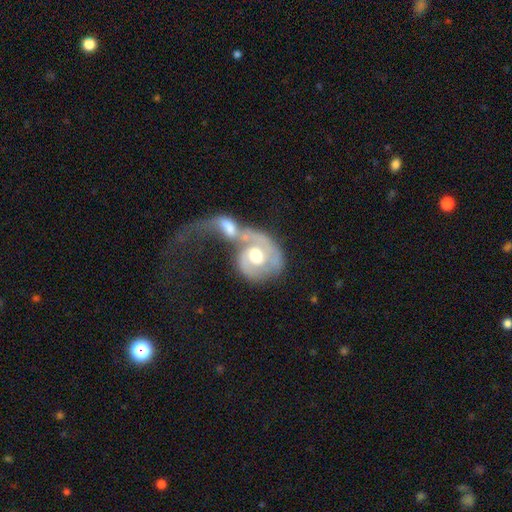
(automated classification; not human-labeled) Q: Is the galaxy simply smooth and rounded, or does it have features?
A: featured or disk — 73%.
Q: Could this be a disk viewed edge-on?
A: no — 96%.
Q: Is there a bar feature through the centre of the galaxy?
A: no — 62%.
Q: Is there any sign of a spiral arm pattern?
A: yes — 81%.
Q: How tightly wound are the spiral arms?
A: tight — 46%.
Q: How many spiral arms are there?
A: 2 — 54%.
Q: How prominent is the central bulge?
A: moderate — 69%.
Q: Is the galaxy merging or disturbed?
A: merger — 69%.